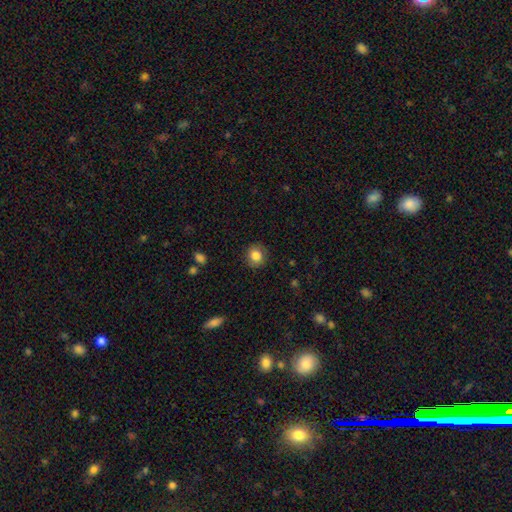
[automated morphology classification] Smooth or featured: smooth — 83% (star or artifact — 9%)
How rounded: round — 82% (in between — 17%)
Merging: none — 87% (minor disturbance — 9%)